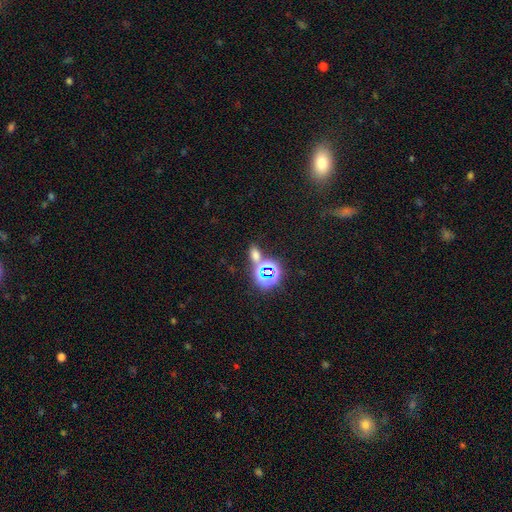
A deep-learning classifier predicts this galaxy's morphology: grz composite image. It shows a smooth galaxy with no disk features (50%). Merging: none (68%).